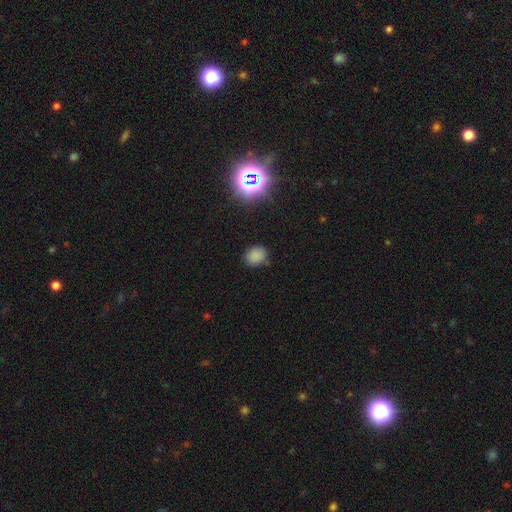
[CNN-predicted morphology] This is likely a smooth galaxy (79%). How rounded: likely round (62%). Merging: likely none (80%).